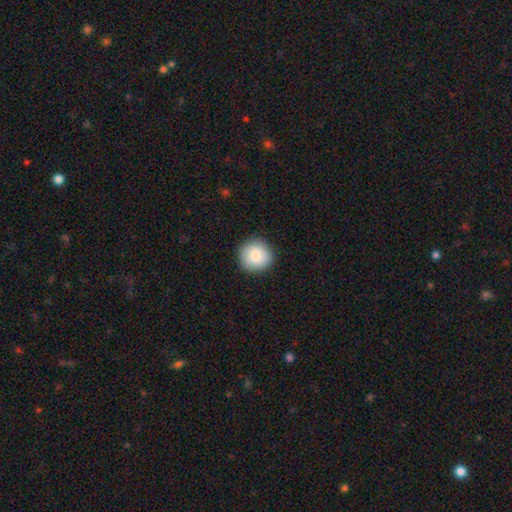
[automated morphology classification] Overall: smooth (84%). How rounded: round (94%). Merging: none (90%).